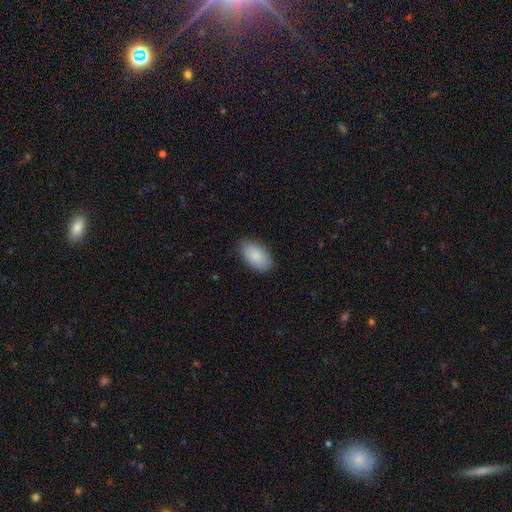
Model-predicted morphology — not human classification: Q: Smooth or featured?
A: smooth (87%); runner-up: featured or disk (6%)
Q: How rounded?
A: in between (95%); runner-up: round (4%)
Q: Merging?
A: none (85%); runner-up: minor disturbance (12%)